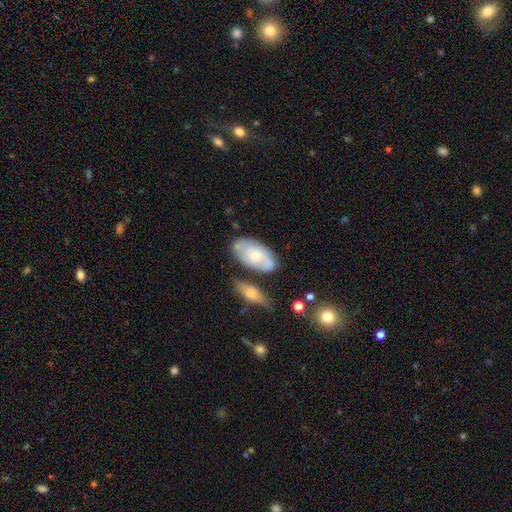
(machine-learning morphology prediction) smooth 50%, featured or disk 44%, star or artifact 6%. Down the decision tree: merging — none (59%).